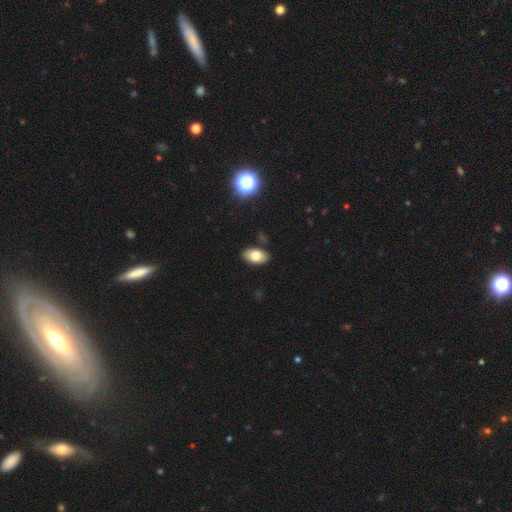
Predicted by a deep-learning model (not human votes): Q: Smooth or featured?
A: smooth (77%); runner-up: featured or disk (14%)
Q: How rounded?
A: in between (93%); runner-up: round (5%)
Q: Merging?
A: none (87%); runner-up: minor disturbance (9%)